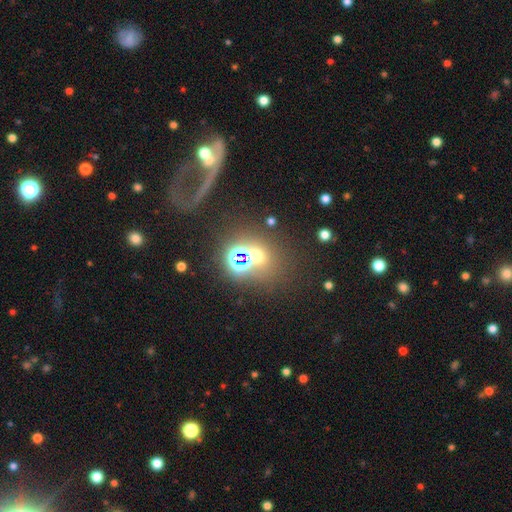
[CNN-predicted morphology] Q: Smooth or featured?
A: smooth (45%); runner-up: star or artifact (44%)
Q: Merging?
A: none (66%); runner-up: merger (19%)